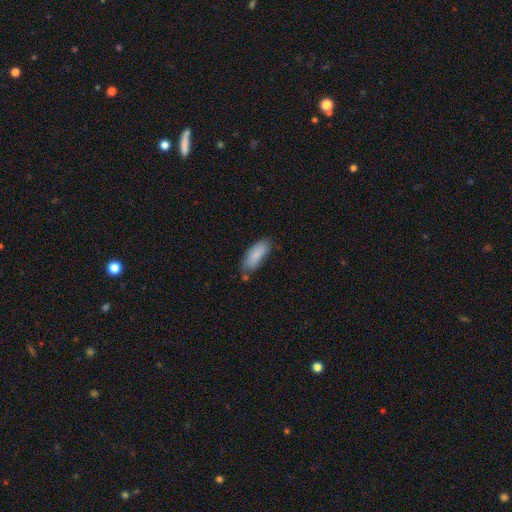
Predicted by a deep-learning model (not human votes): Q: Smooth or featured?
A: smooth (86%); runner-up: featured or disk (8%)
Q: How rounded?
A: in between (71%); runner-up: cigar-shaped (27%)
Q: Merging?
A: none (70%); runner-up: minor disturbance (21%)